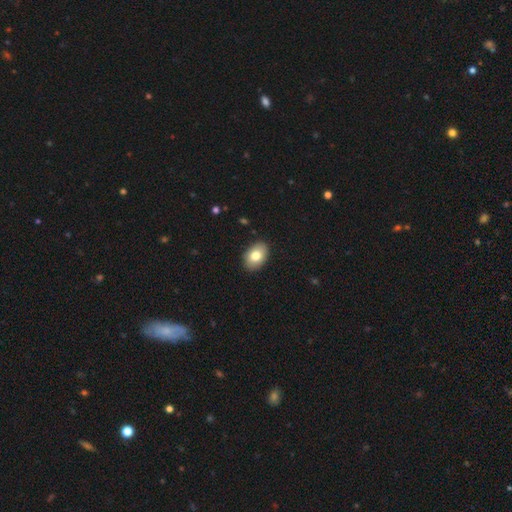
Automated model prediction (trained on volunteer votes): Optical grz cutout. It shows a smooth galaxy with no disk features (80%) that is in between round and cigar-shaped (85%). Merging: none (89%).